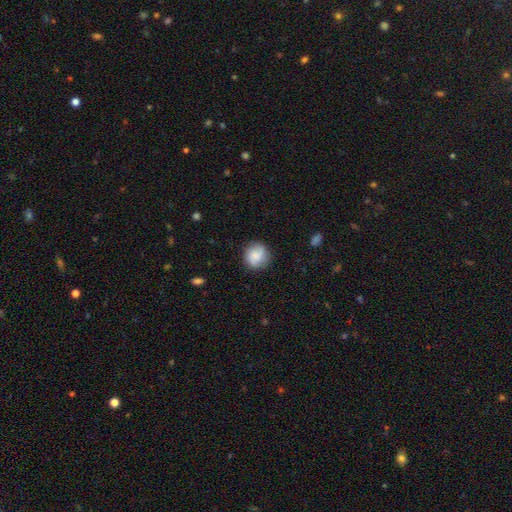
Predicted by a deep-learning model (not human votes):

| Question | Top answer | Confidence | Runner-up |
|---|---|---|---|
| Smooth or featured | smooth | 76% | featured or disk (16%) |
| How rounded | round | 85% | in between (14%) |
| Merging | none | 81% | minor disturbance (14%) |